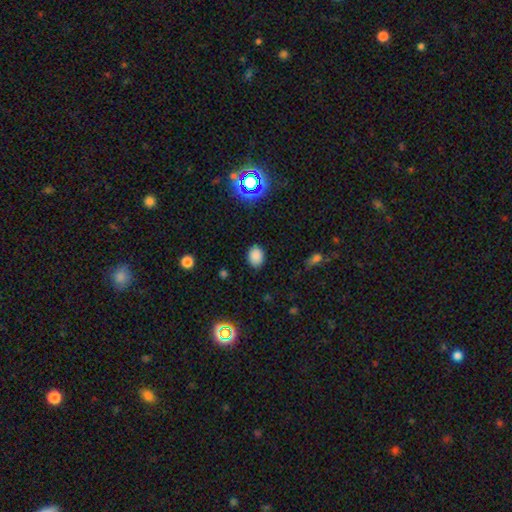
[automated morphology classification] Q: Smooth or featured?
A: smooth (82%); runner-up: star or artifact (13%)
Q: How rounded?
A: in between (61%); runner-up: round (38%)
Q: Merging?
A: none (84%); runner-up: minor disturbance (12%)